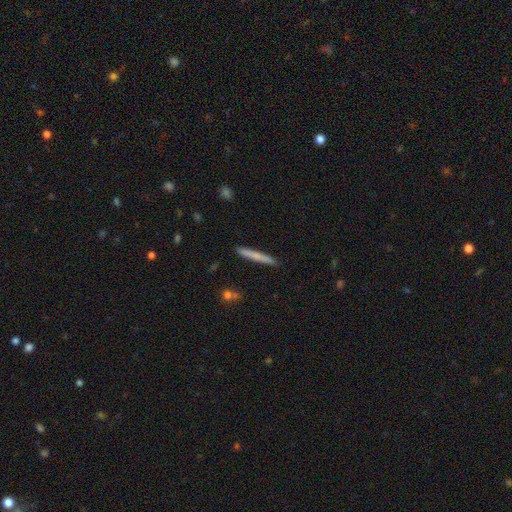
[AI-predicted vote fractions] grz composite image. It shows a smooth galaxy with no disk features (65%) that is cigar-shaped (96%). Merging: none (91%).